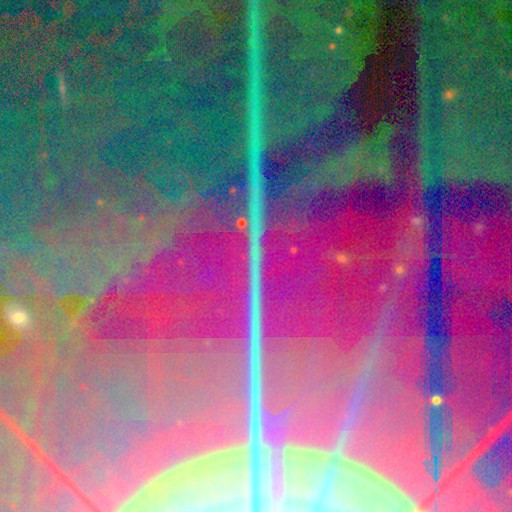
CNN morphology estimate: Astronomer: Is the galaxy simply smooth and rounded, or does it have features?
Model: star or artifact — 87%.